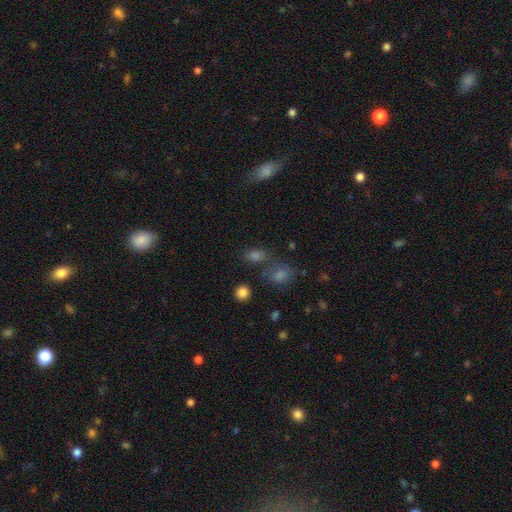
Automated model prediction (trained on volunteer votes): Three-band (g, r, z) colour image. It shows a smooth galaxy with no disk features (68%) that is in between round and cigar-shaped (65%). Merging: none (63%).